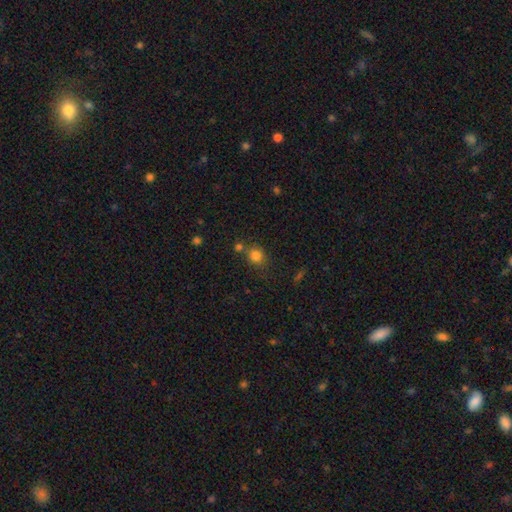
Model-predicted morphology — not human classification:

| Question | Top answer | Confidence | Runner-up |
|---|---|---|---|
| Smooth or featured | smooth | 81% | star or artifact (13%) |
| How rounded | round | 81% | in between (18%) |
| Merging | none | 64% | merger (19%) |